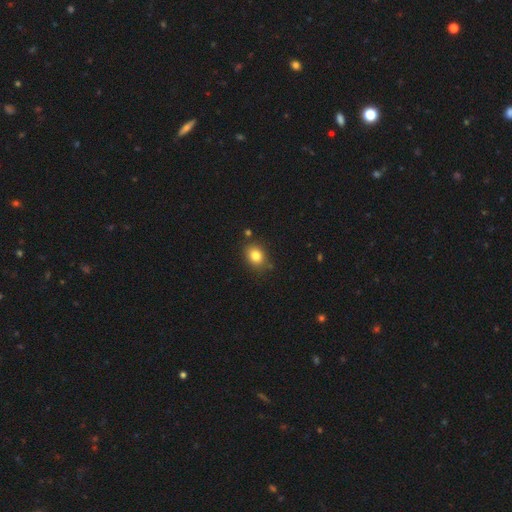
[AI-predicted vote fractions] Overall: smooth (82%). How rounded: in between (54%; round 45%). Merging: none (81%).